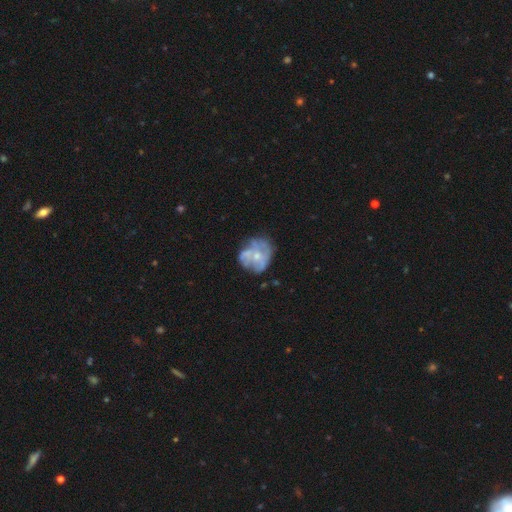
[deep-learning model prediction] A featured or disk galaxy (62%) with no bar (86%), no spiral arms (68%) and a small central bulge (51%).

Vote fractions:
- Smooth or featured? featured or disk: 62% / smooth: 29% / star or artifact: 9%
- Edge-on disk? no: 98% / yes: 2%
- Bar? no: 86% / weak: 11% / strong: 2%
- Spiral arms? no: 68% / yes: 32%
- Bulge size? small: 51% / moderate: 37% / none: 8% / large: 2% / dominant: 1%
- Merging? none: 49% / minor disturbance: 24% / major disturbance: 20% / merger: 7%